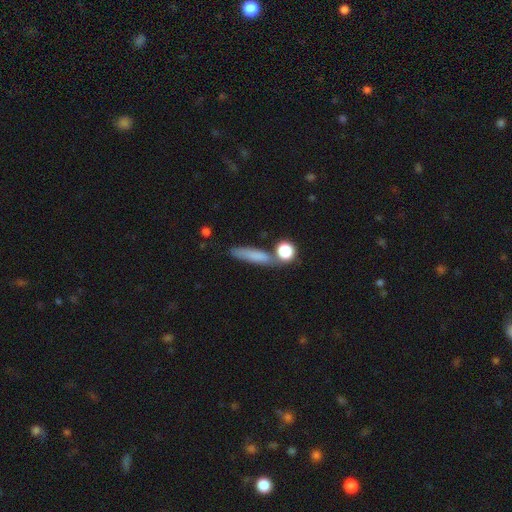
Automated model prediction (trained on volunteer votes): Q: Smooth or featured?
A: smooth (75%); runner-up: featured or disk (15%)
Q: How rounded?
A: cigar-shaped (72%); runner-up: in between (21%)
Q: Merging?
A: none (69%); runner-up: minor disturbance (15%)